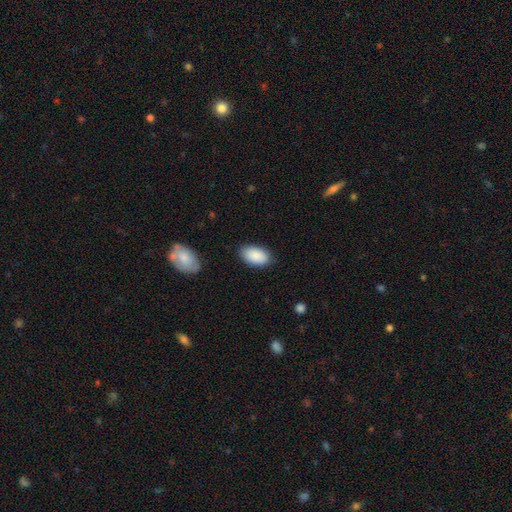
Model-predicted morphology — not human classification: Smooth or featured? smooth (89%)
How rounded? in between (94%)
Merging? none (85%)